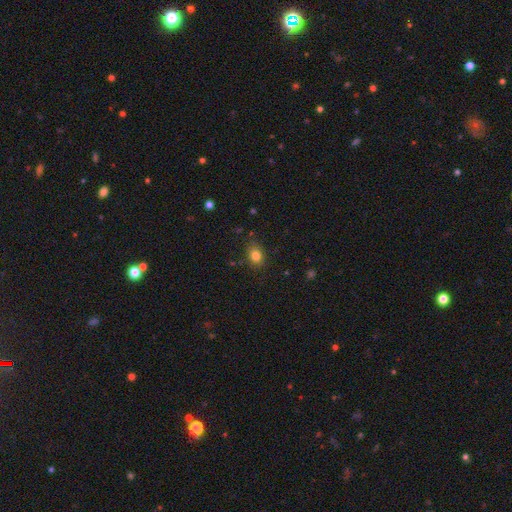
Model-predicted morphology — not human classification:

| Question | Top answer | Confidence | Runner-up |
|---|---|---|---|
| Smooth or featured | smooth | 81% | star or artifact (12%) |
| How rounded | in between | 62% | round (36%) |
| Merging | none | 78% | minor disturbance (16%) |